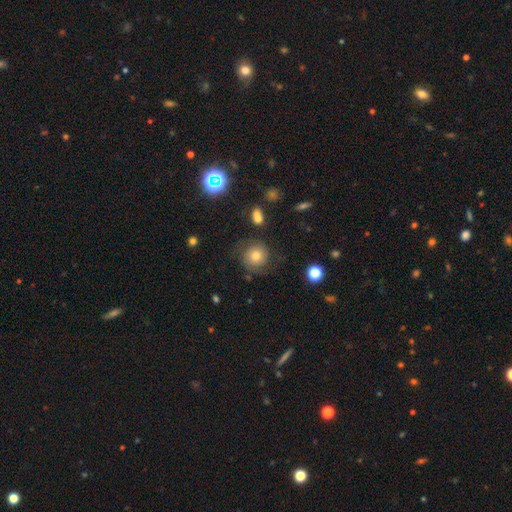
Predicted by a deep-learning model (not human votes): Morphology: type=smooth (60%); roundness=round (90%); merging=none (71%).